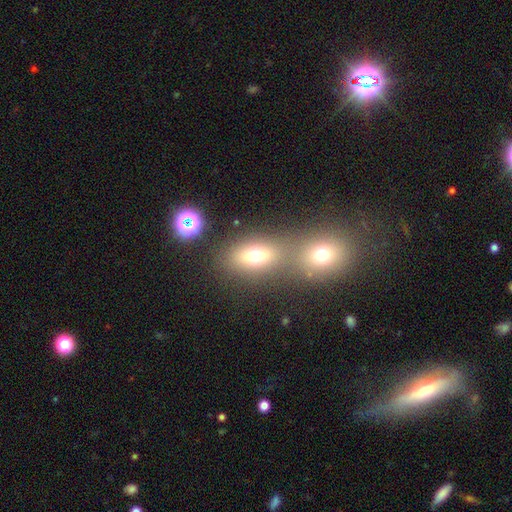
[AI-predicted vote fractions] This appears to be a smooth galaxy with no disk features (69%) that is in between round and cigar-shaped (68%). Merging: none (46%).